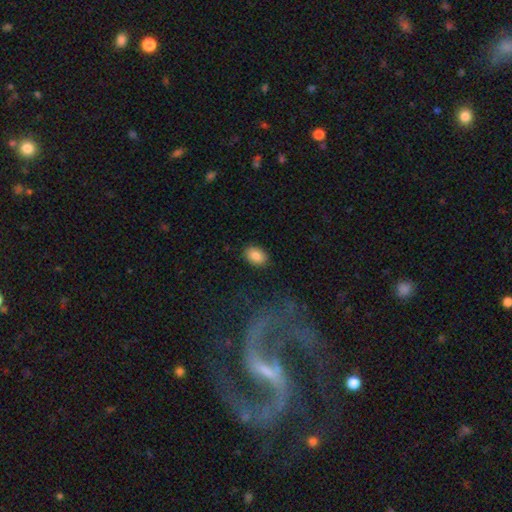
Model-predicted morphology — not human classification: smooth_or_featured: smooth (p=0.85) [alt: star or artifact p=0.08]
how_rounded: in between (p=0.83) [alt: round p=0.16]
merging: none (p=0.87) [alt: minor disturbance p=0.10]